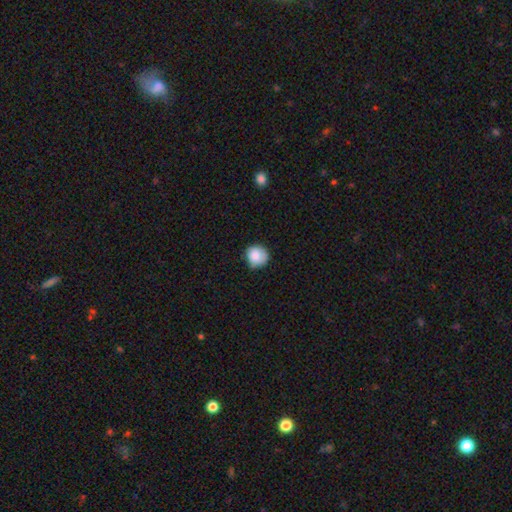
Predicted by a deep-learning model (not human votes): Smooth or featured? Predicted: smooth (p=0.86). How rounded? Predicted: round (p=0.90). Merging? Predicted: none (p=0.69).